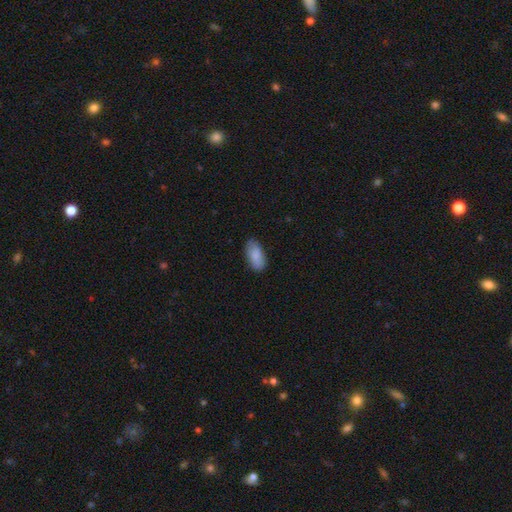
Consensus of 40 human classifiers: smooth_or_featured: smooth (p=0.85) [alt: featured or disk p=0.07]
how_rounded: in between (p=0.91) [alt: cigar-shaped p=0.09]
merging: none (p=0.86) [alt: minor disturbance p=0.11]